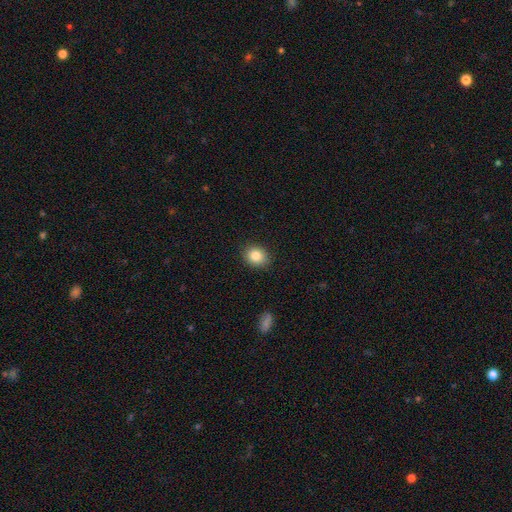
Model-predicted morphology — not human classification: Smooth or featured? smooth (84%)
How rounded? round (63%)
Merging? none (89%)